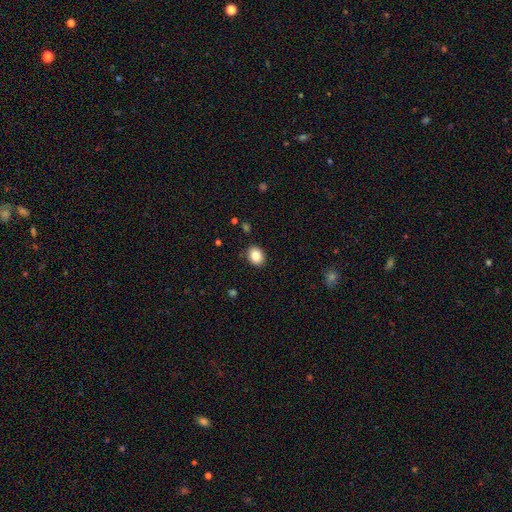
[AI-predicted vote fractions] Morphology: type=smooth (85%); roundness=in between (60%); merging=none (90%).